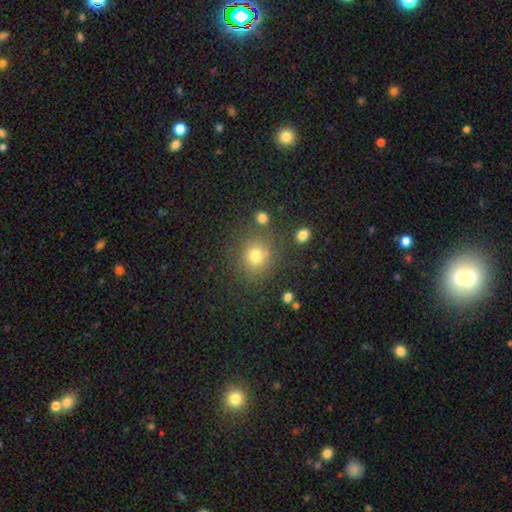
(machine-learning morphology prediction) Smooth or featured? smooth (76%)
How rounded? round (85%)
Merging? none (79%)